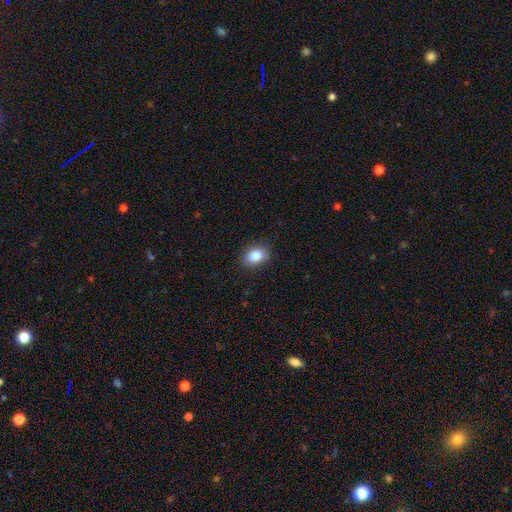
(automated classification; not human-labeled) A smooth galaxy with no disk features (85%) that is in between round and cigar-shaped (71%).

Vote fractions:
- Smooth or featured? smooth: 85% / star or artifact: 9% / featured or disk: 6%
- How rounded? in between: 71% / round: 28% / cigar-shaped: 1%
- Merging? none: 87% / minor disturbance: 10% / major disturbance: 2% / merger: 1%